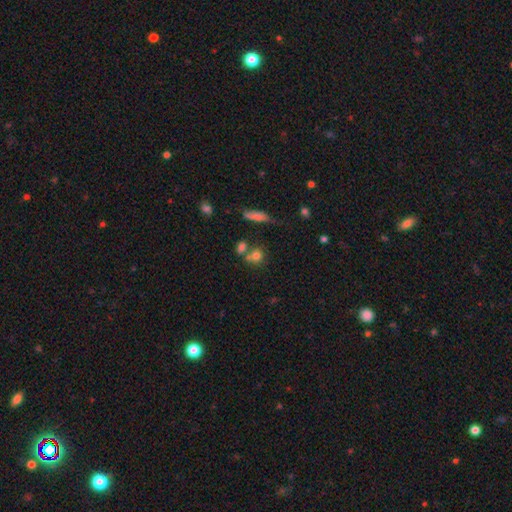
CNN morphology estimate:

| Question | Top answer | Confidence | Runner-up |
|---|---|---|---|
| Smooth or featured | smooth | 75% | star or artifact (13%) |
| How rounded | round | 72% | in between (25%) |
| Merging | none | 51% | merger (31%) |